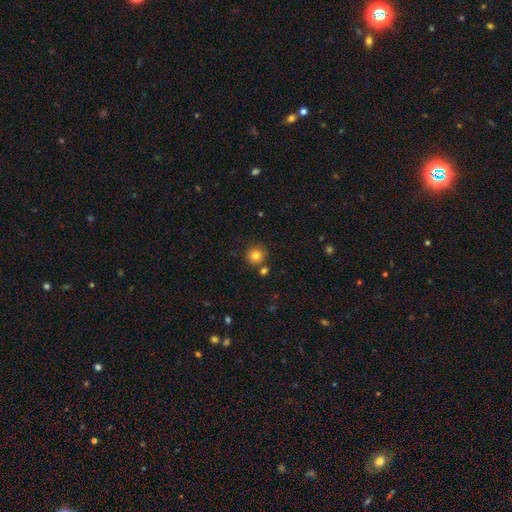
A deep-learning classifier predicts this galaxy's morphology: smooth 81%, star or artifact 12%, featured or disk 7%. Down the decision tree: how rounded — round (93%); merging — none (79%).